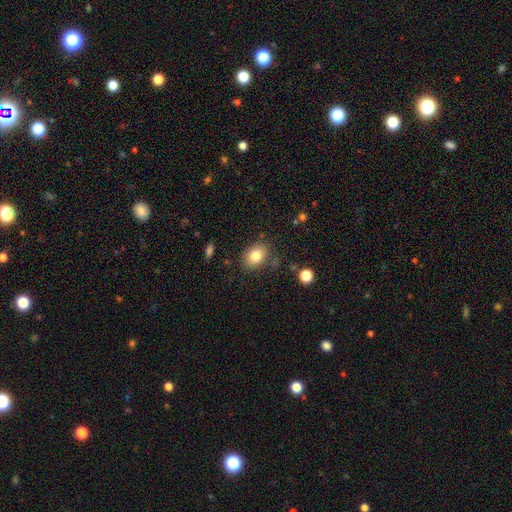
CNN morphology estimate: smooth 80%, featured or disk 10%, star or artifact 9%. Down the decision tree: how rounded — in between (66%); merging — none (79%).